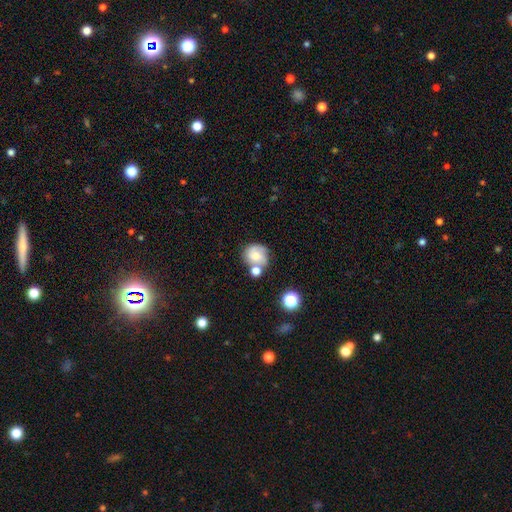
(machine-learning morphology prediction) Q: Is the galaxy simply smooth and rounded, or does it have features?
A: smooth — 52%.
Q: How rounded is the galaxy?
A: round — 76%.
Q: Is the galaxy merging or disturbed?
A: none — 46%.